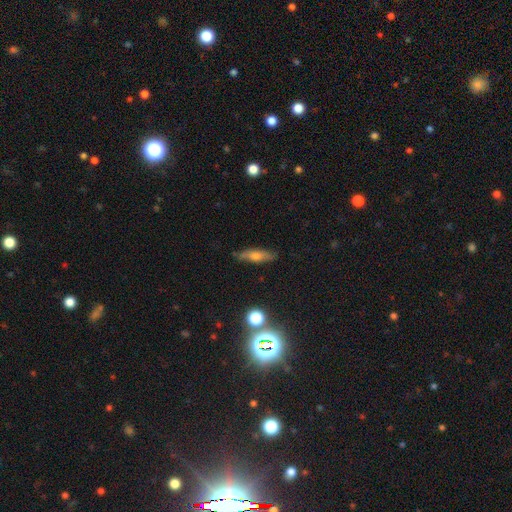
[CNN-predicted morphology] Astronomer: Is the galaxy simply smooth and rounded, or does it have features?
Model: smooth — 52% (runner-up: featured or disk, 36%).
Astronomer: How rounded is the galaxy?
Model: cigar-shaped — 56% (runner-up: in between, 39%).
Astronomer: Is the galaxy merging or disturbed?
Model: none — 79%.